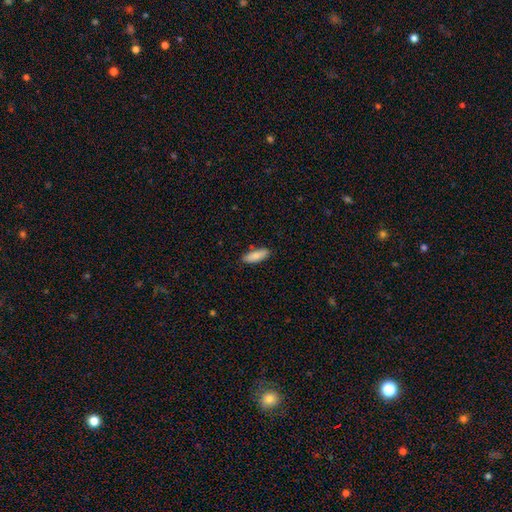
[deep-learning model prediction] smooth-or-featured: smooth: 85% | featured or disk: 9% | star or artifact: 6%
  how-rounded: in between: 65% | cigar-shaped: 34% | round: 2%
  merging: none: 85% | minor disturbance: 11% | major disturbance: 2% | merger: 2%